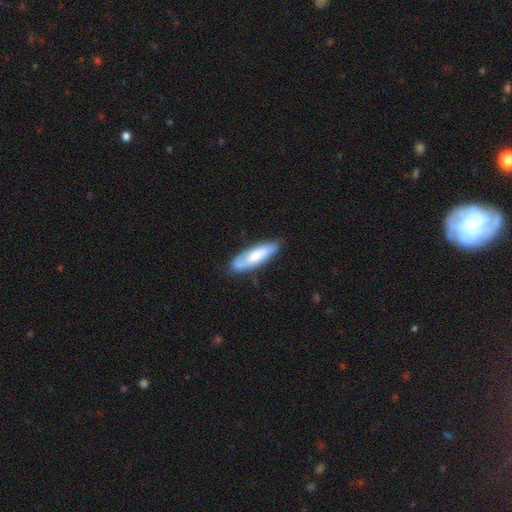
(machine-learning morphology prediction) Smooth or featured: smooth — 62% (featured or disk — 32%)
How rounded: cigar-shaped — 50% (in between — 49%)
Merging: none — 69% (minor disturbance — 23%)